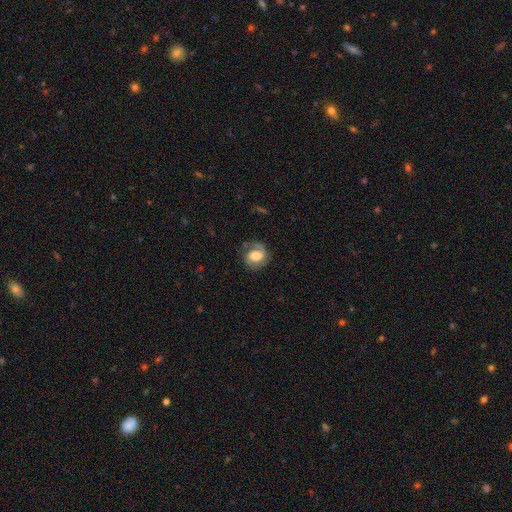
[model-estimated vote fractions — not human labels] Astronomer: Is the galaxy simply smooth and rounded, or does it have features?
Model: featured or disk — 62%.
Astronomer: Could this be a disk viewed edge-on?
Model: no — 97%.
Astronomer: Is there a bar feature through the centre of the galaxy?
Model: weak — 43% (runner-up: no, 40%).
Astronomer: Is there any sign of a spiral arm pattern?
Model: yes — 89%.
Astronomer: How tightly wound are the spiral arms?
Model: medium — 45% (runner-up: tight, 31%).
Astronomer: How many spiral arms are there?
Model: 2 — 73%.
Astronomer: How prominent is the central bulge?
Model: moderate — 44% (runner-up: large, 37%).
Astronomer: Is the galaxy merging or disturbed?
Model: none — 68%.